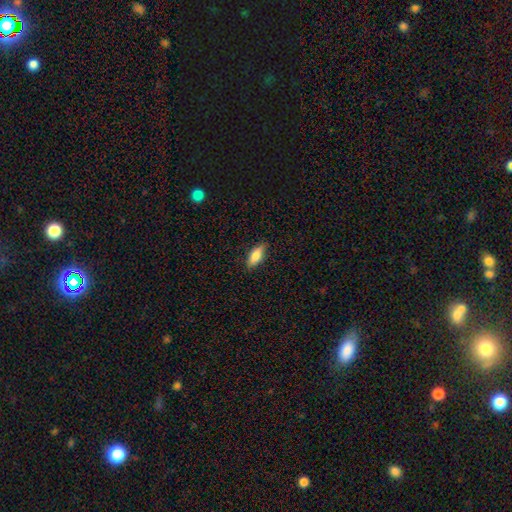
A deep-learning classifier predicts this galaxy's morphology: Smooth or featured? Predicted: smooth (p=0.76). How rounded? Predicted: in between (p=0.71). Merging? Predicted: none (p=0.86).